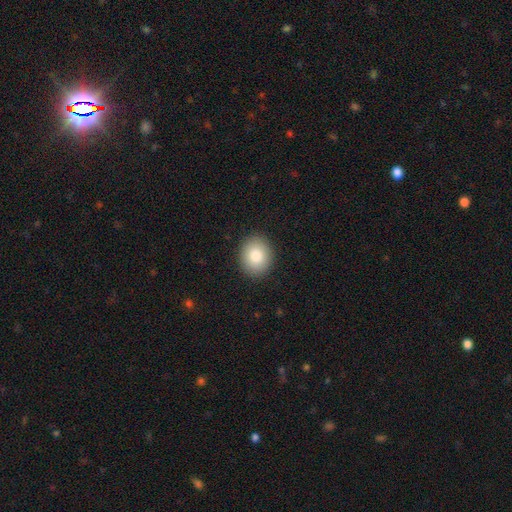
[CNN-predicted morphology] Smooth or featured?
  - smooth: 83% *
  - featured or disk: 9%
  - star or artifact: 8%
How rounded?
  - round: 58% *
  - in between: 41%
  - cigar-shaped: 1%
Merging?
  - none: 91% *
  - minor disturbance: 6%
  - major disturbance: 2%
  - merger: 1%